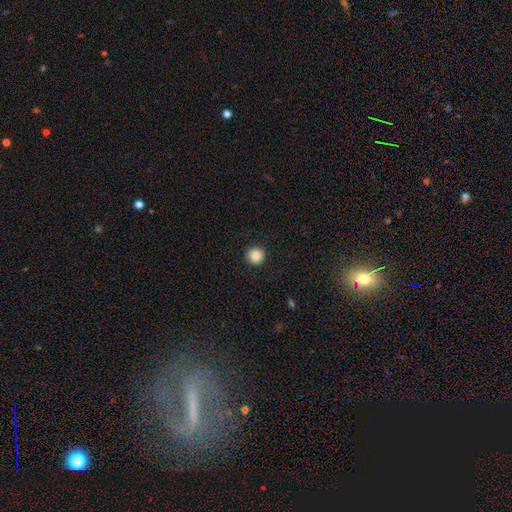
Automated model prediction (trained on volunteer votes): The model was most divided on "smooth or featured": smooth: 87%, star or artifact: 9%, featured or disk: 3%. More confident: how rounded — round (94%); merging — none (90%).